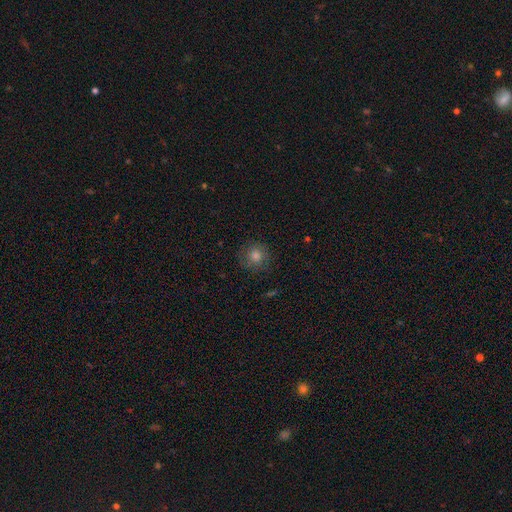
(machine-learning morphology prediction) type=smooth (71%); roundness=round (92%); merging=none (85%).